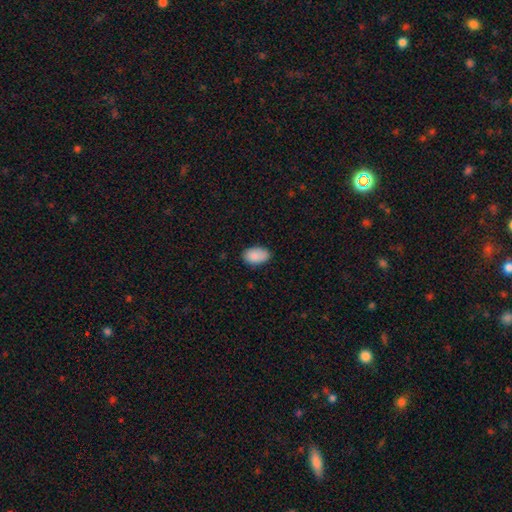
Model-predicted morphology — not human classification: Smooth or featured? Predicted: smooth (p=0.88). How rounded? Predicted: in between (p=0.91). Merging? Predicted: none (p=0.79).